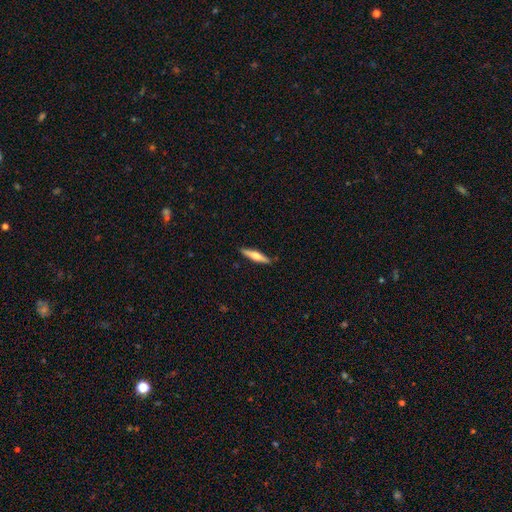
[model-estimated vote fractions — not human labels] Smooth or featured? featured or disk (49%)
Merging? none (89%)